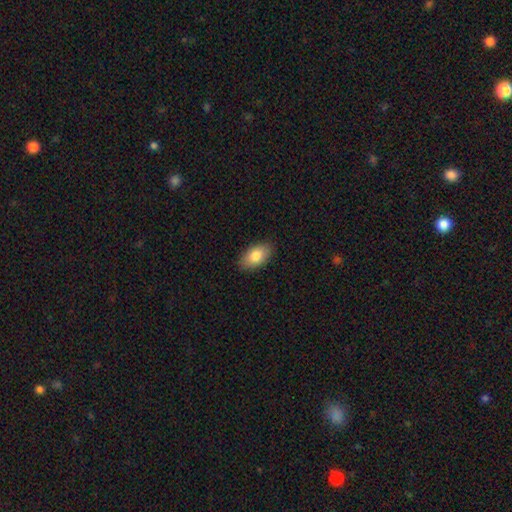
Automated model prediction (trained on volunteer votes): Smooth or featured? smooth (82%)
How rounded? in between (93%)
Merging? none (88%)